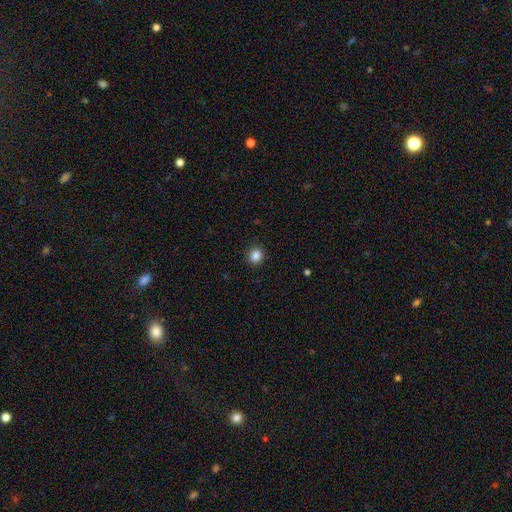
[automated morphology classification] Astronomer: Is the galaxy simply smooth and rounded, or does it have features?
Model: smooth — 85%.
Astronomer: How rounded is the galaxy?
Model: round — 88%.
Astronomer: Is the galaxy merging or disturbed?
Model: none — 92%.